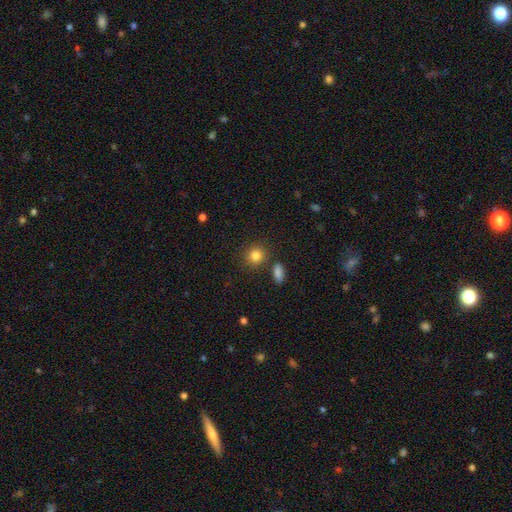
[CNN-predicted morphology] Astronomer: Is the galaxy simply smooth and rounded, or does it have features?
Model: smooth — 84%.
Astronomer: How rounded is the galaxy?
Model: round — 85%.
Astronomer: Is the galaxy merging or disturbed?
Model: none — 82%.